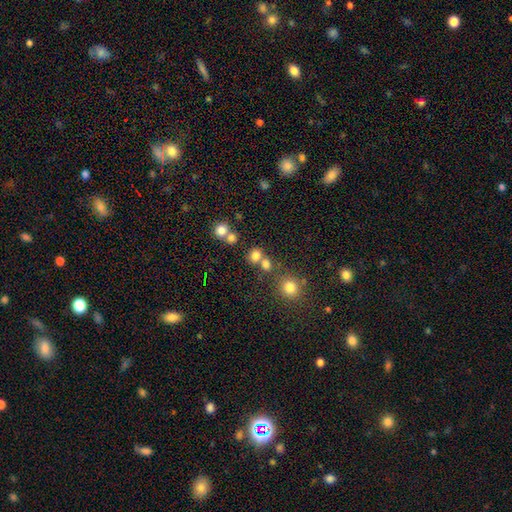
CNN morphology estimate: A smooth galaxy with no disk features (75%) that is round (78%). Merging: none (58%).